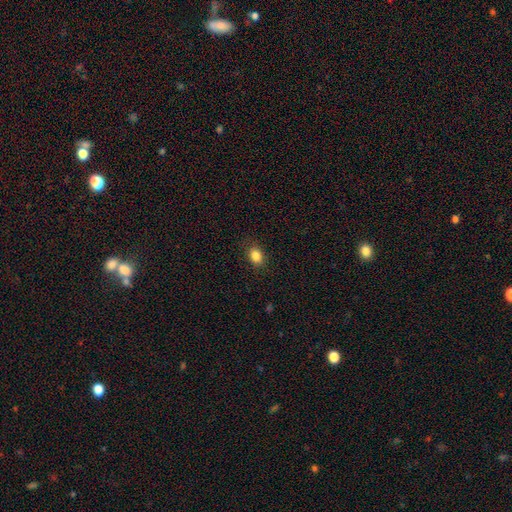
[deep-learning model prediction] Smooth or featured: smooth — 85% (star or artifact — 10%)
How rounded: in between — 71% (round — 27%)
Merging: none — 86% (minor disturbance — 10%)